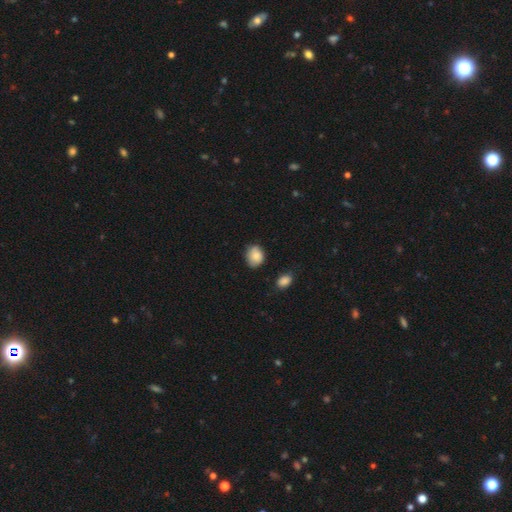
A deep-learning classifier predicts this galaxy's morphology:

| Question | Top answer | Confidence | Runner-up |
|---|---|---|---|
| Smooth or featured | smooth | 83% | featured or disk (9%) |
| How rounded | round | 51% | in between (48%) |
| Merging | none | 70% | minor disturbance (23%) |